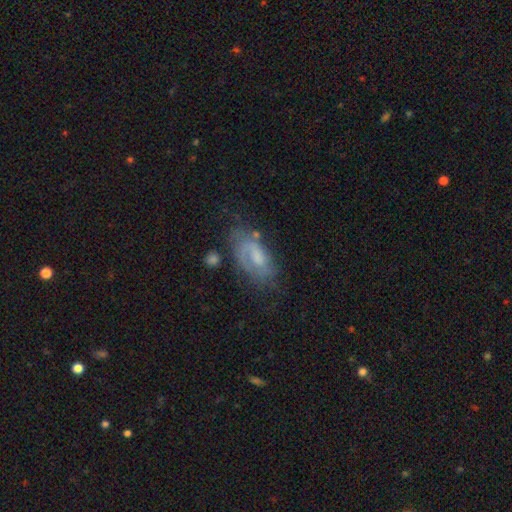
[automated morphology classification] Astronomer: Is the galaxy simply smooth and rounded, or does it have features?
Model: featured or disk — 61%.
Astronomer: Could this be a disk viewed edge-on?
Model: no — 93%.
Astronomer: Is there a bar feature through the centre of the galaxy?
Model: no — 48% (runner-up: weak, 43%).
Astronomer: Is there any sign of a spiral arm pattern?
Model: yes — 79%.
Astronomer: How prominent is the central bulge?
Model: moderate — 38% (runner-up: small, 27%).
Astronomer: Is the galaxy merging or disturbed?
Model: none — 56%.